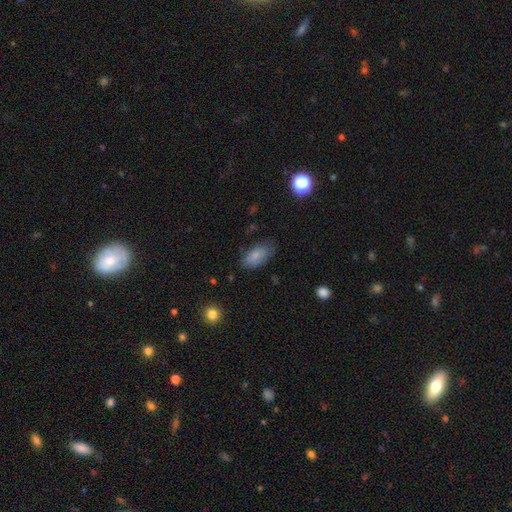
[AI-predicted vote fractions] Smooth or featured? Predicted: smooth (p=0.80). How rounded? Predicted: in between (p=0.92). Merging? Predicted: none (p=0.70).